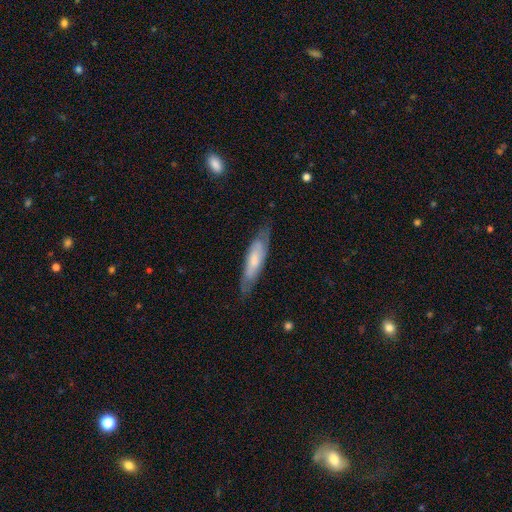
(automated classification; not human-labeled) A featured or disk galaxy (53%) viewed edge-on (58%). Merging: none (79%).